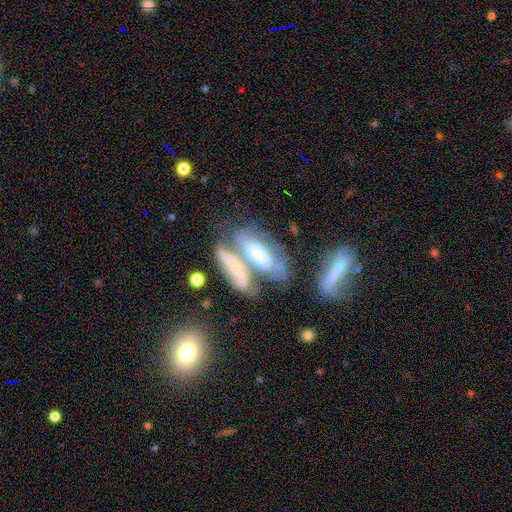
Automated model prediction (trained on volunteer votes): smooth_or_featured: featured or disk (p=0.55) [alt: smooth p=0.34]
disk_edge_on: no (p=0.76) [alt: yes p=0.24]
merging: merger (p=0.50) [alt: none p=0.25]